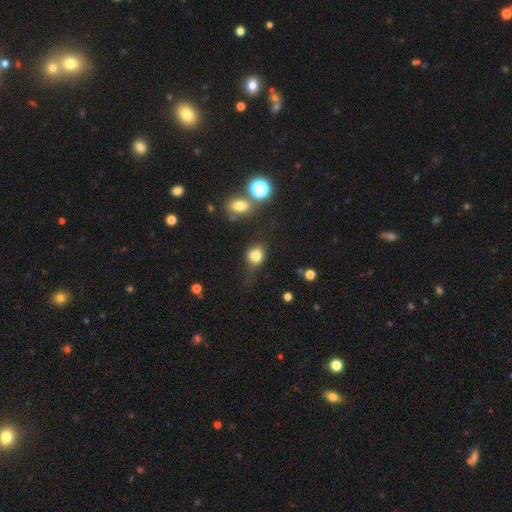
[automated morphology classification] Overall: smooth (80%). How rounded: round (62%; in between 36%). Merging: none (52%; minor disturbance 26%).